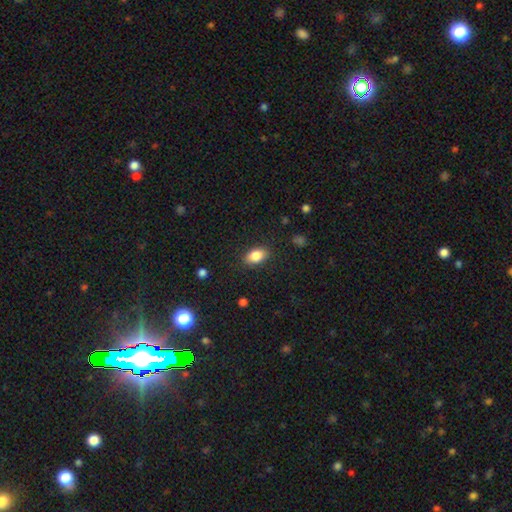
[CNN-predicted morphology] The model was most divided on "merging": none: 86%, minor disturbance: 10%, major disturbance: 3%, merger: 1%. More confident: how rounded — in between (87%); smooth or featured — smooth (85%).